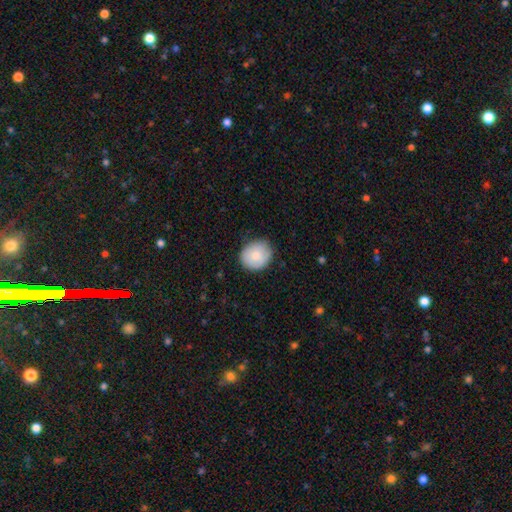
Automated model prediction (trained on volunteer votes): smooth_or_featured: smooth (p=0.83) [alt: featured or disk p=0.11]
how_rounded: round (p=0.76) [alt: in between p=0.23]
merging: none (p=0.82) [alt: minor disturbance p=0.14]